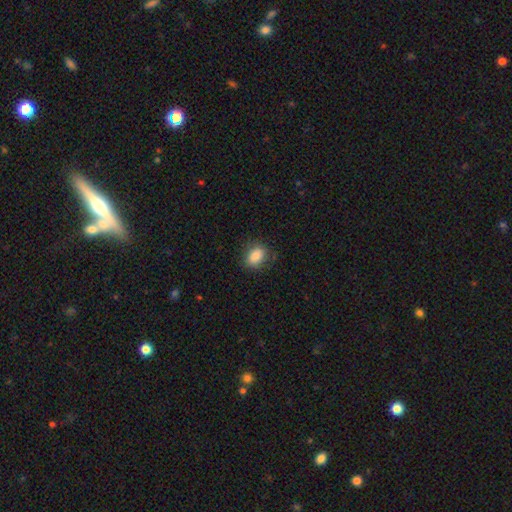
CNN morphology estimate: A smooth galaxy with no disk features (84%) that is in between round and cigar-shaped (74%).

Vote fractions:
- Smooth or featured? smooth: 84% / star or artifact: 8% / featured or disk: 8%
- How rounded? in between: 74% / round: 24% / cigar-shaped: 1%
- Merging? none: 78% / minor disturbance: 16% / major disturbance: 4% / merger: 1%